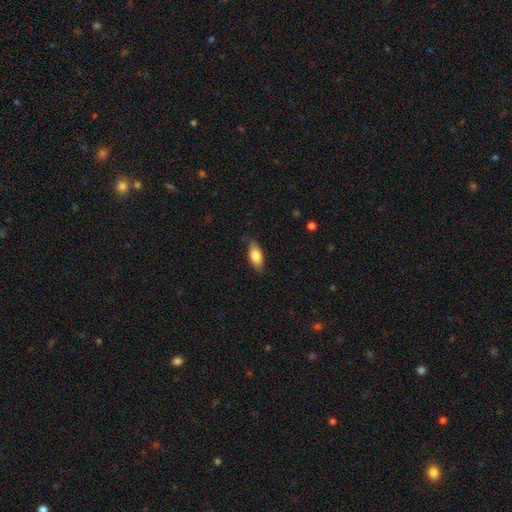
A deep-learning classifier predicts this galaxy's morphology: Smooth or featured?
  - smooth: 79% *
  - featured or disk: 15%
  - star or artifact: 6%
How rounded?
  - in between: 84% *
  - cigar-shaped: 13%
  - round: 3%
Merging?
  - none: 78% *
  - minor disturbance: 18%
  - major disturbance: 3%
  - merger: 1%